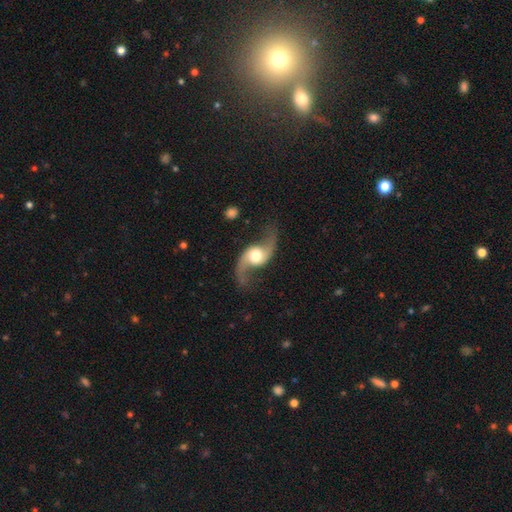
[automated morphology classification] smooth-or-featured: featured or disk: 91% | smooth: 5% | star or artifact: 4%
  disk-edge-on: no: 96% | yes: 4%
    bar: no: 64% | weak: 27% | strong: 10%
    has-spiral-arms: yes: 97% | no: 3%
      spiral-winding: loose: 87% | medium: 10% | tight: 3%
      spiral-arm-count: 2: 95% | 1: 1% | can't tell: 1% | 3: 1% | 4: 1% | more than 4: 1%
    bulge-size: moderate: 61% | large: 26% | small: 8% | dominant: 3% | none: 1%
  merging: none: 77% | minor disturbance: 14% | major disturbance: 7% | merger: 2%